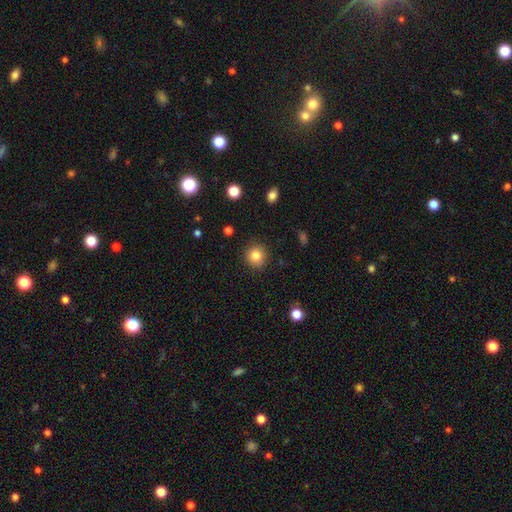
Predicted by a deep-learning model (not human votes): Q: Smooth or featured?
A: smooth (82%); runner-up: star or artifact (11%)
Q: How rounded?
A: round (91%); runner-up: in between (8%)
Q: Merging?
A: none (90%); runner-up: minor disturbance (7%)